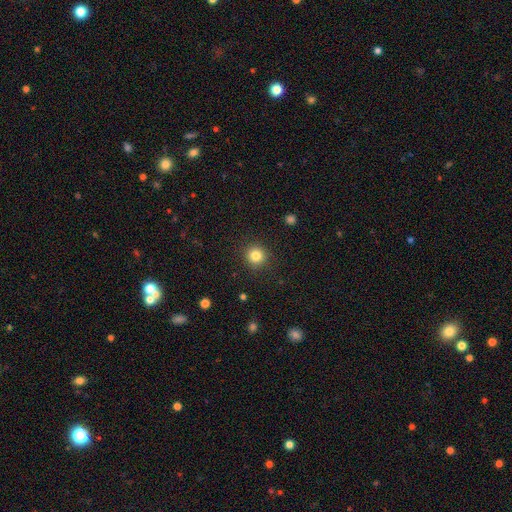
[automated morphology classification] smooth 83%, star or artifact 12%, featured or disk 5%. Down the decision tree: how rounded — round (94%); merging — none (91%).